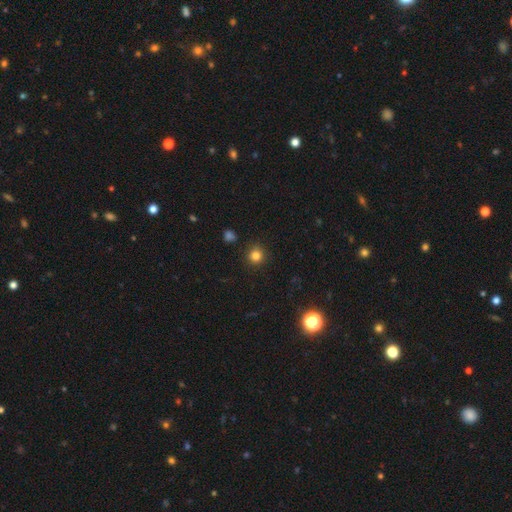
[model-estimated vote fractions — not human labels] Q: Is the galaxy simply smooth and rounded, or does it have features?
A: smooth — 82%.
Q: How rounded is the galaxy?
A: round — 93%.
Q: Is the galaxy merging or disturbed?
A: none — 88%.